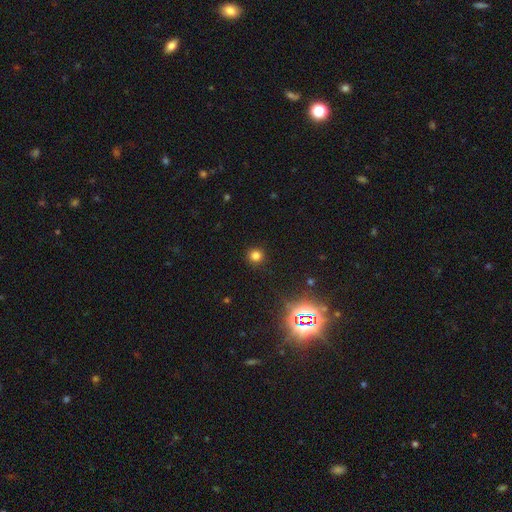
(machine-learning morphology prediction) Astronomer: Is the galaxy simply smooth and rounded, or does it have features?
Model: smooth — 77%.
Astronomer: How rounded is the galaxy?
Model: round — 94%.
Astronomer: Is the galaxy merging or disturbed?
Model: none — 92%.